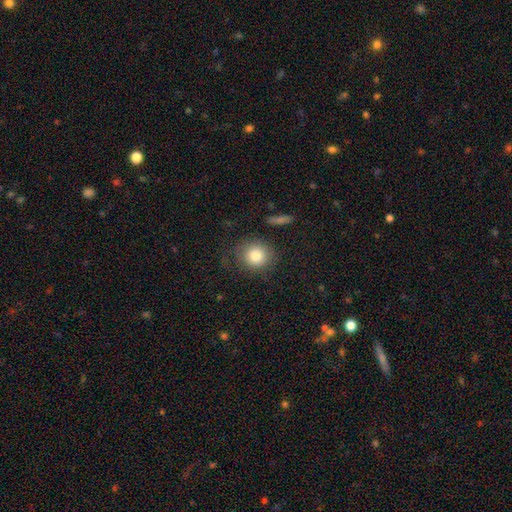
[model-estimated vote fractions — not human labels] Smooth or featured?
  - smooth: 81% *
  - star or artifact: 10%
  - featured or disk: 9%
How rounded?
  - round: 82% *
  - in between: 17%
  - cigar-shaped: 1%
Merging?
  - none: 78% *
  - minor disturbance: 14%
  - major disturbance: 6%
  - merger: 2%